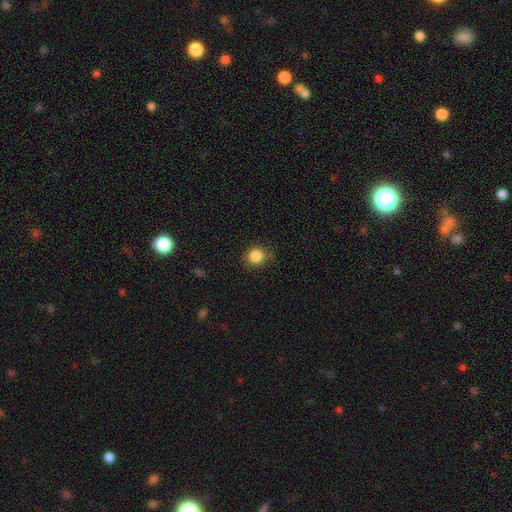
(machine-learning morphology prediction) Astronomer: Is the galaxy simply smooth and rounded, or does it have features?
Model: smooth — 85%.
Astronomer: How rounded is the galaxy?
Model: round — 86%.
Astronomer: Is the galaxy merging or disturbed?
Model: none — 73%.